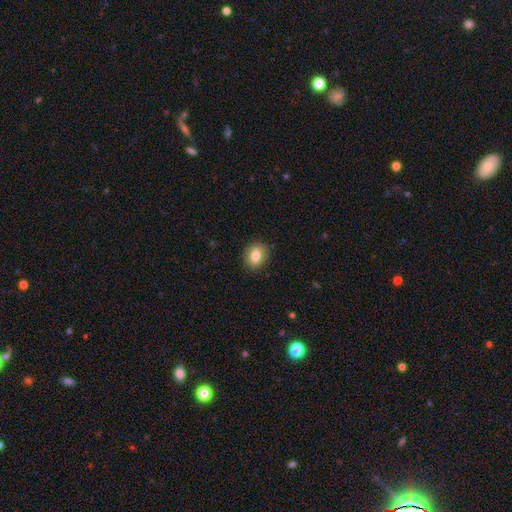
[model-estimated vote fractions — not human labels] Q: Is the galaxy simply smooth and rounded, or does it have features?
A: smooth — 81%.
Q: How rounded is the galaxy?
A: in between — 57%.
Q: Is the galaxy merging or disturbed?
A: none — 88%.